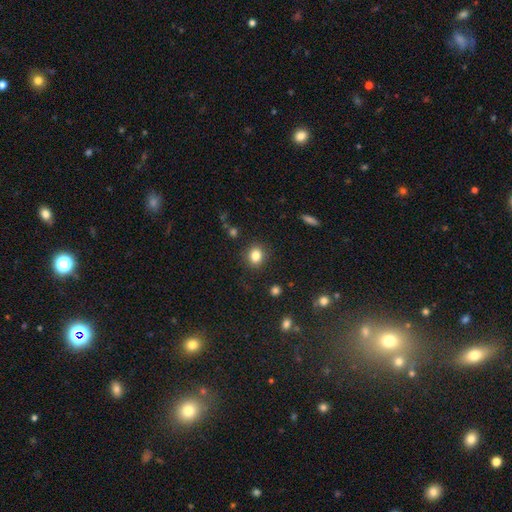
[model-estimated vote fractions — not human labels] Q: Smooth or featured?
A: smooth (84%); runner-up: star or artifact (11%)
Q: How rounded?
A: round (71%); runner-up: in between (28%)
Q: Merging?
A: none (88%); runner-up: minor disturbance (8%)